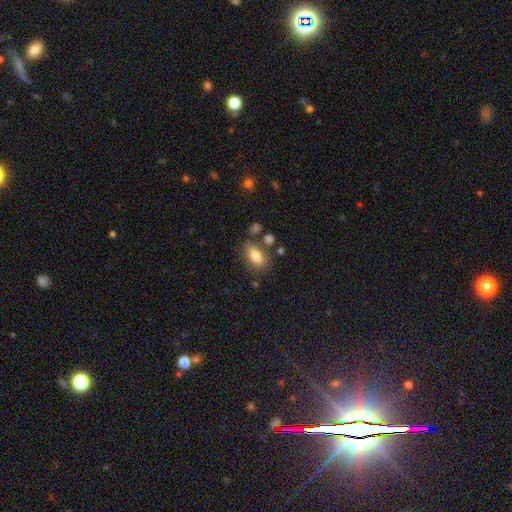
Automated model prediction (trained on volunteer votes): A smooth galaxy with no disk features (78%) that is in between round and cigar-shaped (86%).

Vote fractions:
- Smooth or featured? smooth: 78% / featured or disk: 14% / star or artifact: 8%
- How rounded? in between: 86% / round: 9% / cigar-shaped: 5%
- Merging? none: 70% / minor disturbance: 16% / merger: 9% / major disturbance: 5%